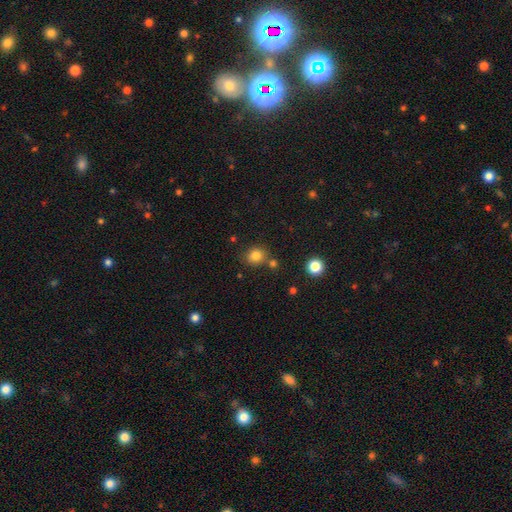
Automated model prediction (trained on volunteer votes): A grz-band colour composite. It shows a smooth galaxy with no disk features (81%) that is round (79%). Merging: none (74%).